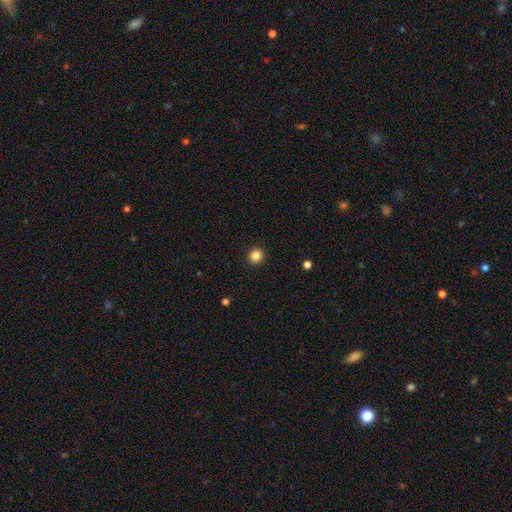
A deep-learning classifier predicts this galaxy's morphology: smooth_or_featured: smooth (p=0.85) [alt: star or artifact p=0.11]
how_rounded: round (p=0.93) [alt: in between p=0.06]
merging: none (p=0.93) [alt: minor disturbance p=0.04]